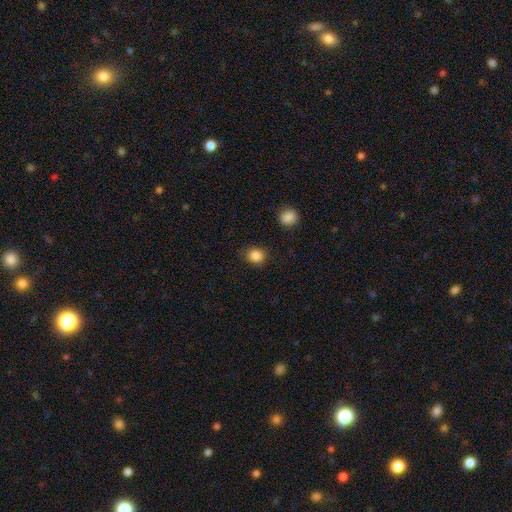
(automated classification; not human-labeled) Overall: smooth (86%). How rounded: round (77%). Merging: none (84%).